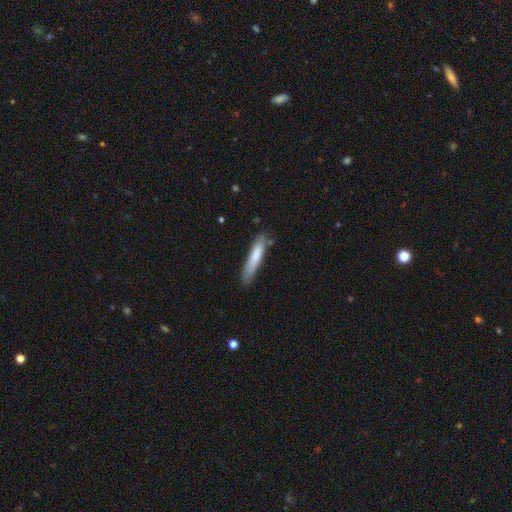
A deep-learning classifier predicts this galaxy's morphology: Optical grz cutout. It shows a smooth galaxy with no disk features (74%) that is cigar-shaped (89%). Merging: none (75%).